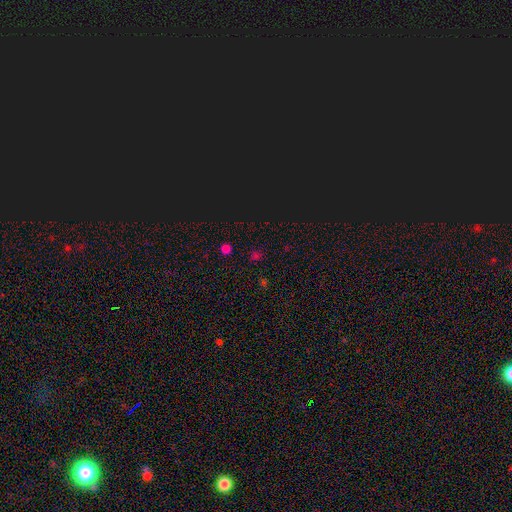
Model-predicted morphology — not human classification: Smooth or featured? star or artifact (52%)